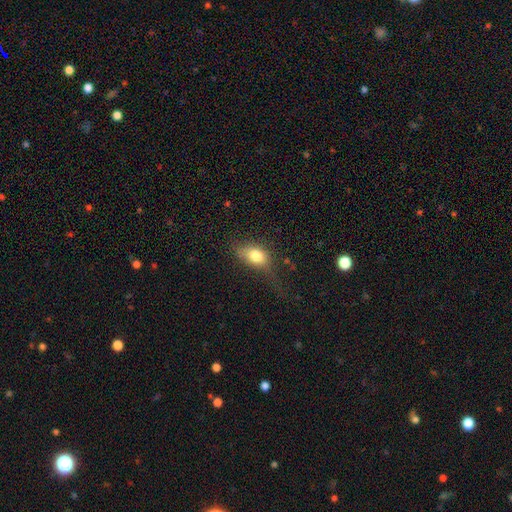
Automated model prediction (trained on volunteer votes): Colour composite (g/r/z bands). It shows a smooth galaxy with no disk features (78%) that is in between round and cigar-shaped (84%). Merging: none (42%).